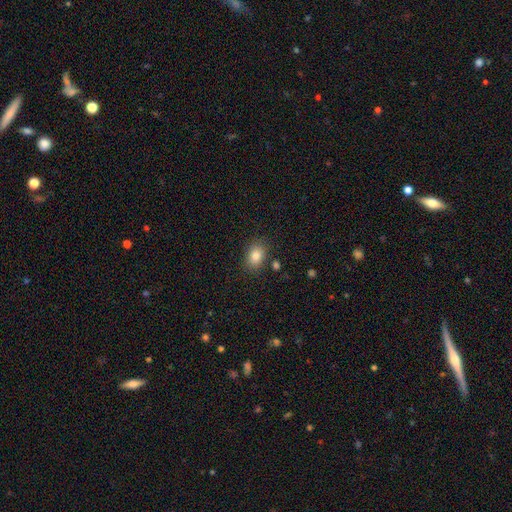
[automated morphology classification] type=smooth (84%); roundness=in between (75%); merging=none (82%).